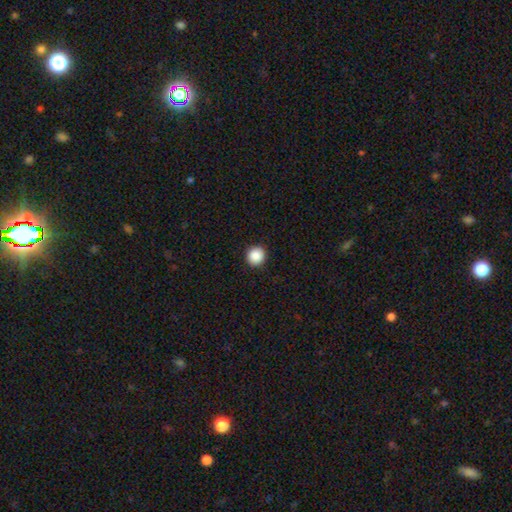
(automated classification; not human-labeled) A smooth galaxy with no disk features (89%) that is round (92%).

Vote fractions:
- Smooth or featured? smooth: 89% / star or artifact: 9% / featured or disk: 2%
- How rounded? round: 92% / in between: 7% / cigar-shaped: 1%
- Merging? none: 92% / minor disturbance: 5% / major disturbance: 2% / merger: 1%